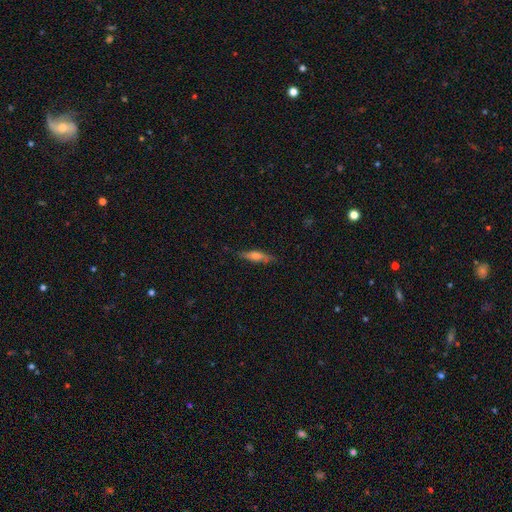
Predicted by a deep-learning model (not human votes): Smooth or featured? Predicted: featured or disk (p=0.48). Merging? Predicted: none (p=0.85).